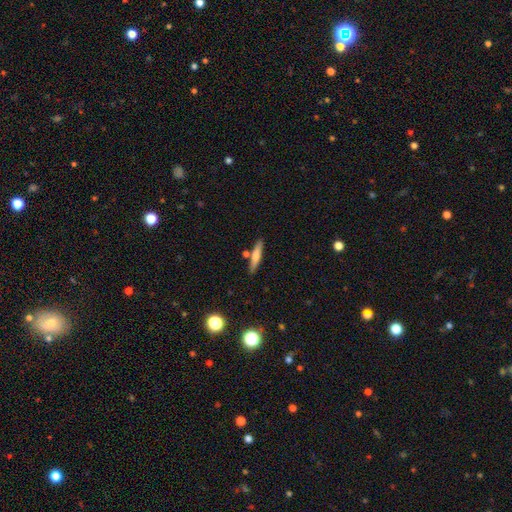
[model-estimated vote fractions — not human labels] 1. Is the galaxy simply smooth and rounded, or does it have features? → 59% smooth, 33% featured or disk, 7% star or artifact.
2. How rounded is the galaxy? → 87% cigar-shaped, 11% in between, 2% round.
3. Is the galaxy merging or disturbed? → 80% none, 10% minor disturbance, 8% merger, 2% major disturbance.